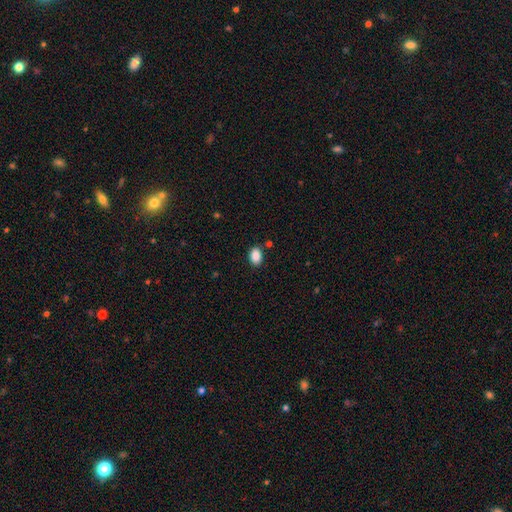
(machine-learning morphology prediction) Smooth or featured? smooth (88%)
How rounded? in between (85%)
Merging? none (86%)